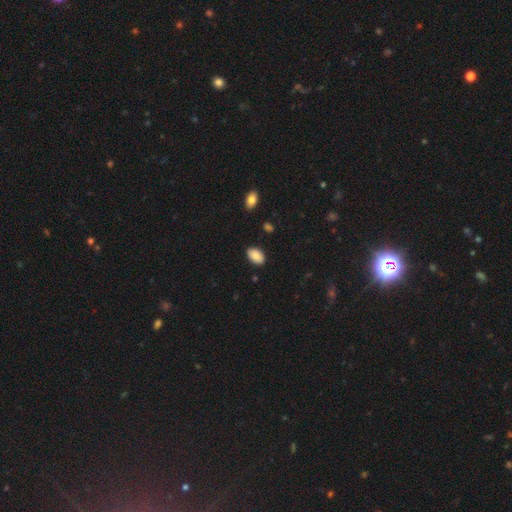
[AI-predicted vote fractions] The model was most divided on "merging": none: 87%, minor disturbance: 10%, major disturbance: 2%, merger: 1%. More confident: how rounded — in between (92%); smooth or featured — smooth (89%).